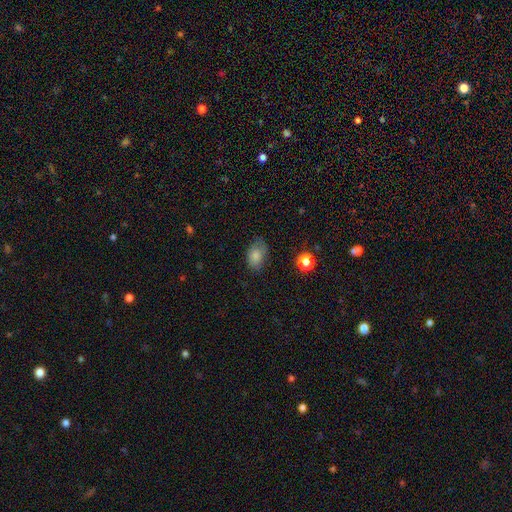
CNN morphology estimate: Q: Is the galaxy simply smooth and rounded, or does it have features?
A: smooth — 82%.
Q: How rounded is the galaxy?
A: in between — 85%.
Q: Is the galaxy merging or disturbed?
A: none — 63%.